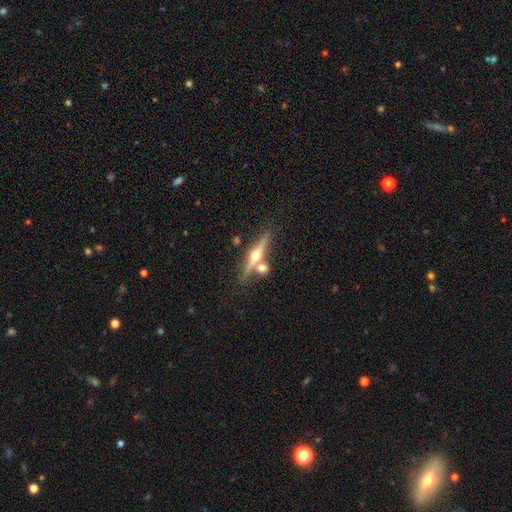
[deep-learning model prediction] Overall: featured or disk (75%). Edge-on disk: yes (96%). Edge-on bulge: rounded (96%). Merging: none (67%).